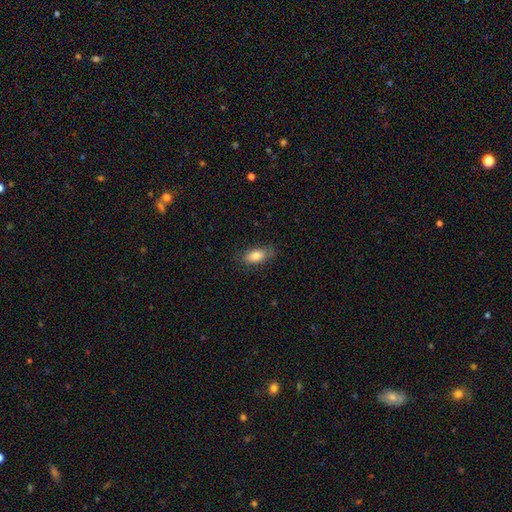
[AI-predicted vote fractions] smooth-or-featured: smooth: 80% | featured or disk: 13% | star or artifact: 7%
  how-rounded: in between: 86% | cigar-shaped: 9% | round: 4%
  merging: none: 74% | minor disturbance: 19% | major disturbance: 5% | merger: 1%